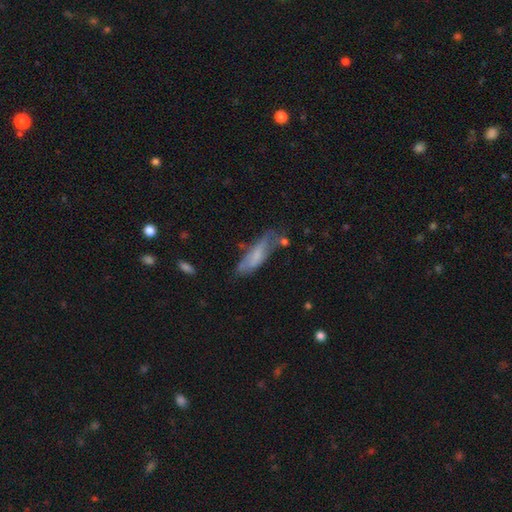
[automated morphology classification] A smooth galaxy with no disk features (57%) that is cigar-shaped (51%).

Vote fractions:
- Smooth or featured? smooth: 57% / featured or disk: 35% / star or artifact: 8%
- How rounded? cigar-shaped: 51% / in between: 47% / round: 2%
- Merging? none: 47% / minor disturbance: 31% / major disturbance: 15% / merger: 8%